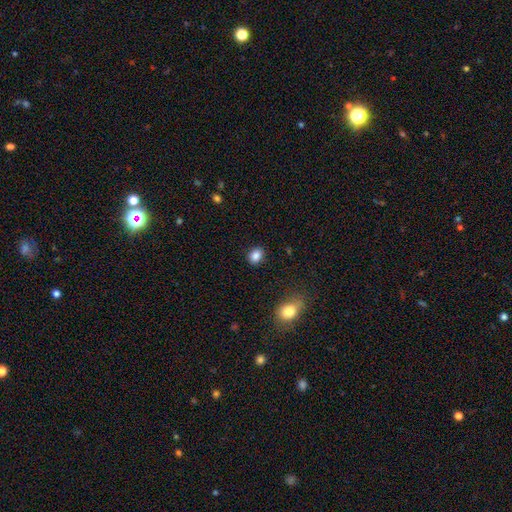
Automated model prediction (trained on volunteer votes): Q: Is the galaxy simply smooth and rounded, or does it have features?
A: smooth — 86%.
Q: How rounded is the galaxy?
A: in between — 51%.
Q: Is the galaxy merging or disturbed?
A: none — 88%.